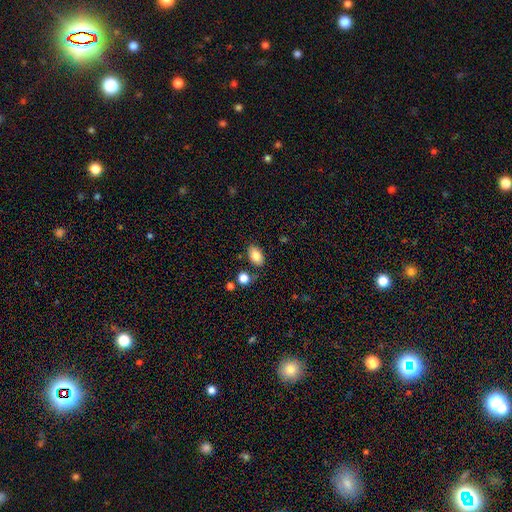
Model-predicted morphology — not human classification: smooth 83%, featured or disk 9%, star or artifact 8%. Down the decision tree: how rounded — in between (89%); merging — none (80%).